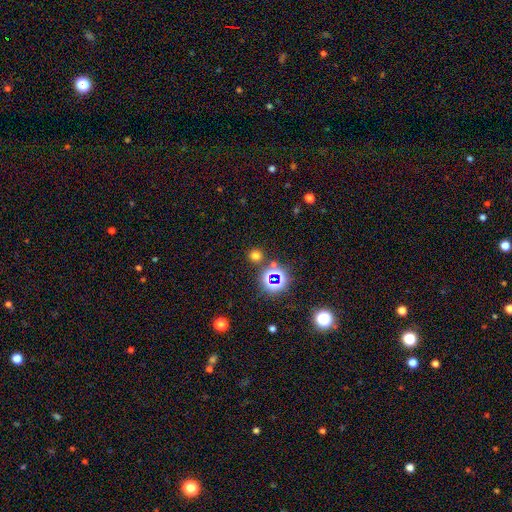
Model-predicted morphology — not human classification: A smooth galaxy with no disk features (63%) that is round (90%). Merging: none (83%).